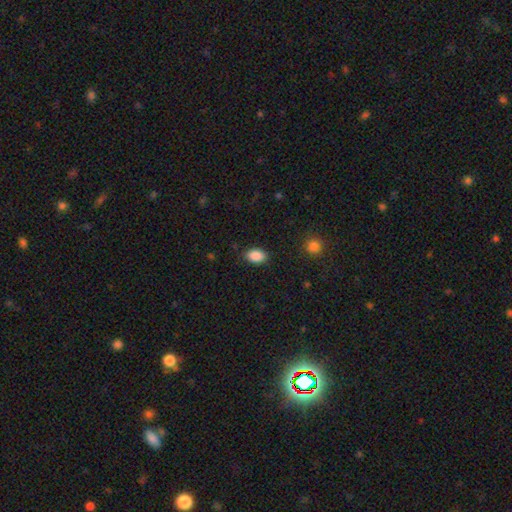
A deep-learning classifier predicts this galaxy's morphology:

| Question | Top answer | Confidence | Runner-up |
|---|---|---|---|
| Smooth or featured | smooth | 89% | star or artifact (8%) |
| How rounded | in between | 86% | round (13%) |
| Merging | none | 86% | minor disturbance (10%) |